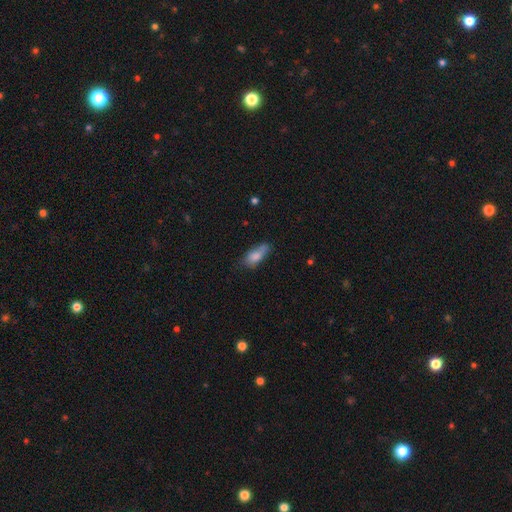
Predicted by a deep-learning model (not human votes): This is likely a smooth galaxy (78%). How rounded: likely in between (76%). Merging: marginally none (45%).